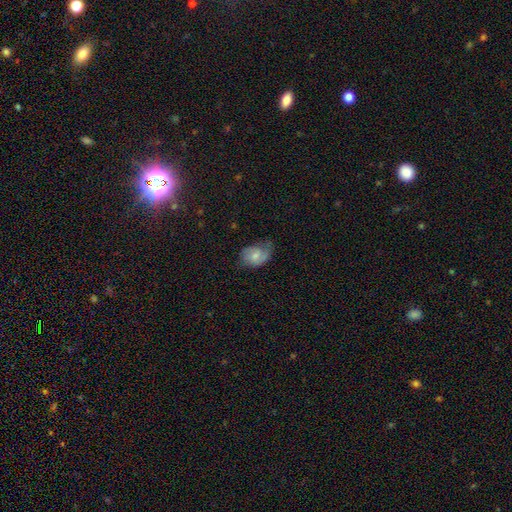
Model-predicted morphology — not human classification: A smooth galaxy with no disk features (50%).

Vote fractions:
- Smooth or featured? smooth: 50% / featured or disk: 42% / star or artifact: 8%
- Merging? none: 47% / minor disturbance: 33% / major disturbance: 18% / merger: 2%